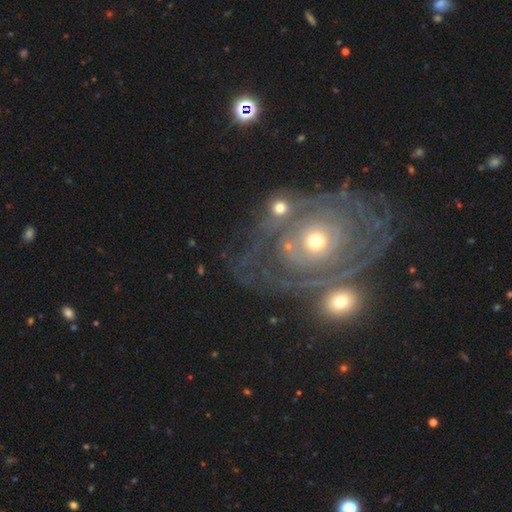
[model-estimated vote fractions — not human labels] A featured or disk galaxy (79%) with no bar (83%), tight (74%) spiral arms (75%) and a small central bulge (56%).

Vote fractions:
- Smooth or featured? featured or disk: 79% / smooth: 11% / star or artifact: 10%
- Edge-on disk? no: 96% / yes: 4%
- Bar? no: 83% / weak: 12% / strong: 5%
- Spiral arms? yes: 75% / no: 25%
- Spiral winding? tight: 74% / medium: 19% / loose: 7%
- Spiral arm count? can't tell: 48% / 2: 20% / 3: 11% / more than 4: 7% / 4: 7% / 1: 7%
- Bulge size? small: 56% / moderate: 38% / large: 3% / none: 2% / dominant: 2%
- Merging? none: 61% / minor disturbance: 15% / merger: 13% / major disturbance: 10%